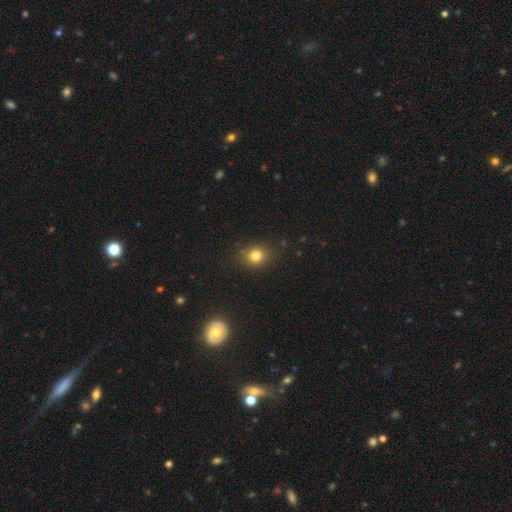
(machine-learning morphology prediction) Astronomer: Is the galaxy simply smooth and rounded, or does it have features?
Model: smooth — 80%.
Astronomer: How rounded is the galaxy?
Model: round — 72%.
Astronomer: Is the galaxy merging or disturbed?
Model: none — 85%.